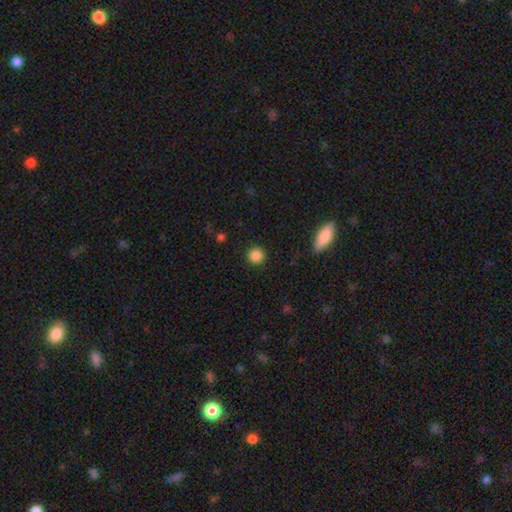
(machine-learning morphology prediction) This appears to be a smooth galaxy with no disk features (87%) that is round (93%). Merging: none (90%).